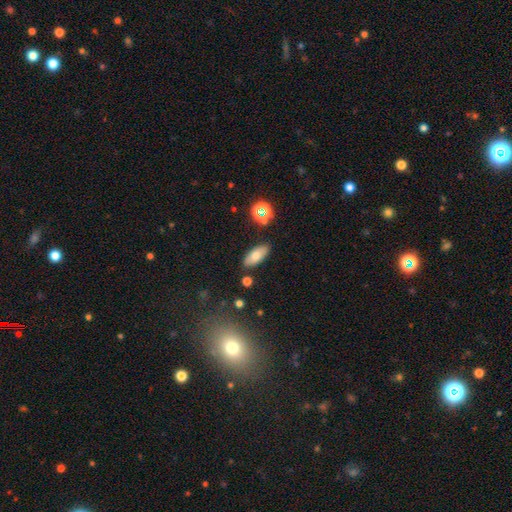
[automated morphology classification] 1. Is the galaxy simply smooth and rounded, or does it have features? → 72% smooth, 17% featured or disk, 10% star or artifact.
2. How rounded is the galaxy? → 84% in between, 13% cigar-shaped, 4% round.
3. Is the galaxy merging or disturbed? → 84% none, 10% minor disturbance, 3% merger, 2% major disturbance.